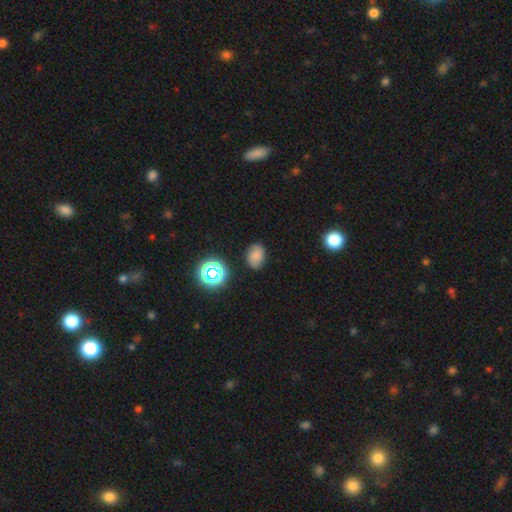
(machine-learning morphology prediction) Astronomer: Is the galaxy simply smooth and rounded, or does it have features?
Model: smooth — 72%.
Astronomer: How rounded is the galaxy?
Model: in between — 71%.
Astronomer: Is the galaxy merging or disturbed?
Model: none — 81%.